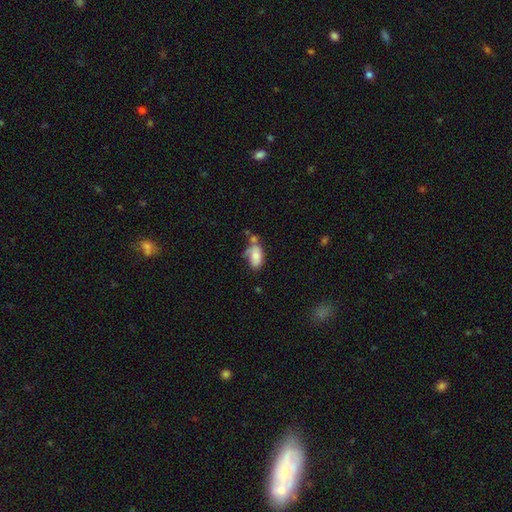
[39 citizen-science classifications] smooth 77%, featured or disk 21%, star or artifact 3%. Down the decision tree: how rounded — in between (87%); merging — minor disturbance (42%).